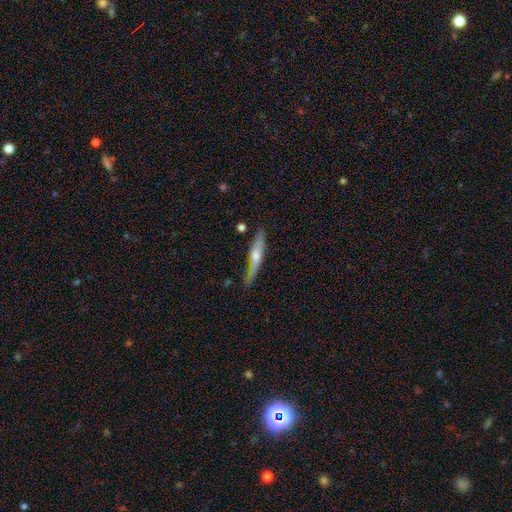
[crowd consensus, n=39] This appears to be a smooth galaxy with no disk features (51%) that is cigar-shaped (95%). Merging: none (87%).